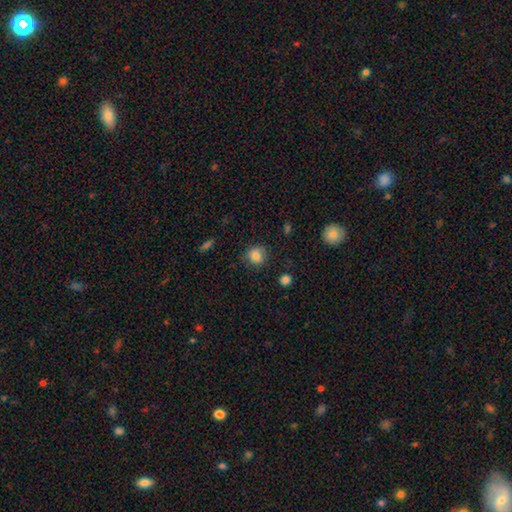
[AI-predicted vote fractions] A smooth galaxy with no disk features (84%) that is round (88%).

Vote fractions:
- Smooth or featured? smooth: 84% / star or artifact: 10% / featured or disk: 6%
- How rounded? round: 88% / in between: 11% / cigar-shaped: 1%
- Merging? none: 84% / minor disturbance: 12% / major disturbance: 3% / merger: 1%